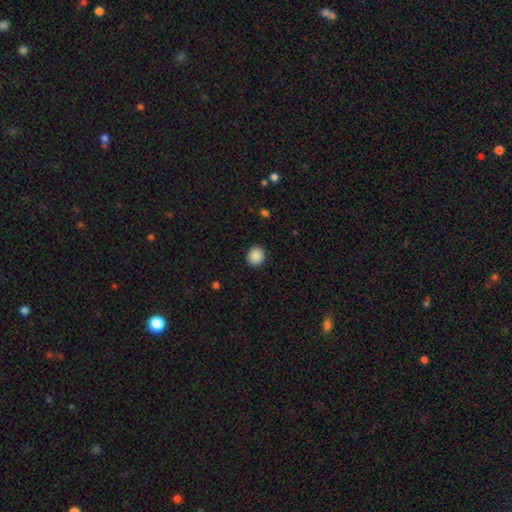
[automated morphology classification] The model was most divided on "how rounded": round: 75%, in between: 24%, cigar-shaped: 1%. More confident: merging — none (91%); smooth or featured — smooth (89%).